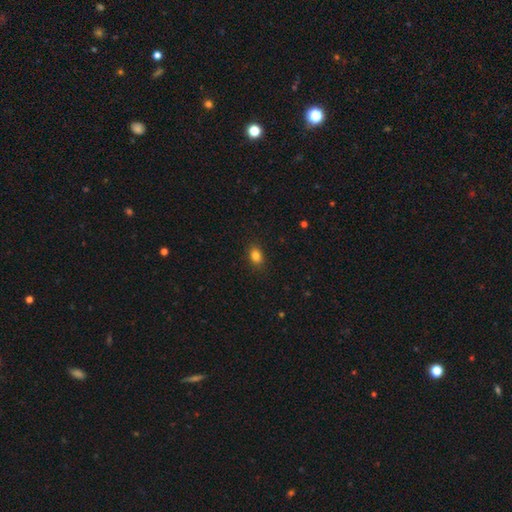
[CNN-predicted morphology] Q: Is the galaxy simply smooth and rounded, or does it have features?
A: smooth — 84%.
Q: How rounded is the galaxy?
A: in between — 75%.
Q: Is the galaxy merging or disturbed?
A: none — 88%.